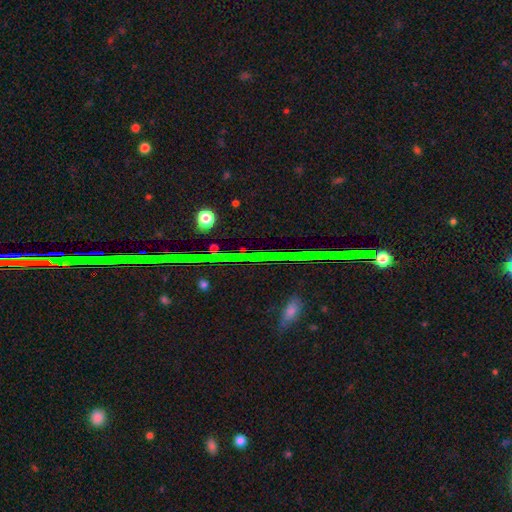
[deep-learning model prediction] star or artifact 69%, smooth 17%, featured or disk 14%.